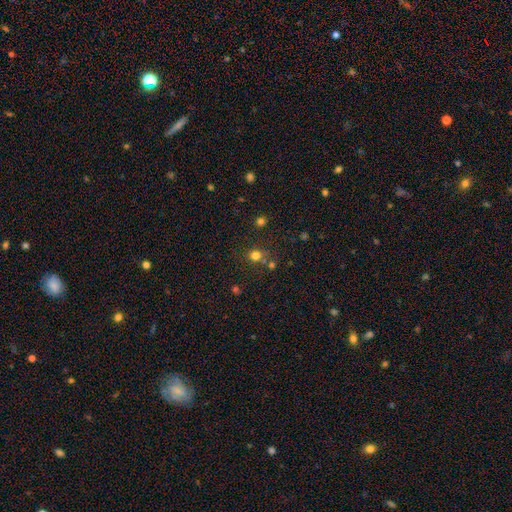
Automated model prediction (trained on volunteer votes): Q: Smooth or featured?
A: smooth (73%); runner-up: star or artifact (20%)
Q: How rounded?
A: round (80%); runner-up: in between (18%)
Q: Merging?
A: none (67%); runner-up: merger (18%)